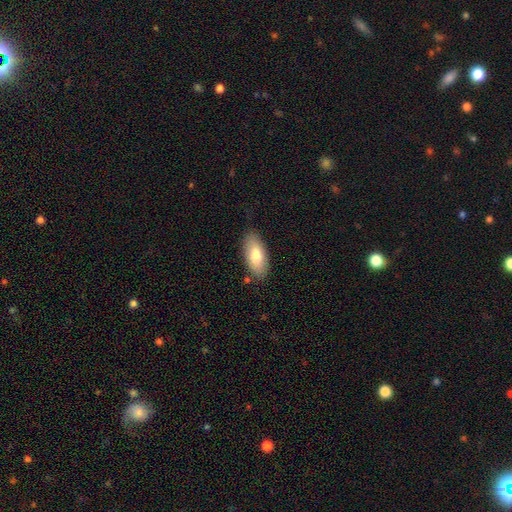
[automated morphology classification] A smooth galaxy with no disk features (76%) that is in between round and cigar-shaped (88%). Merging: none (82%).